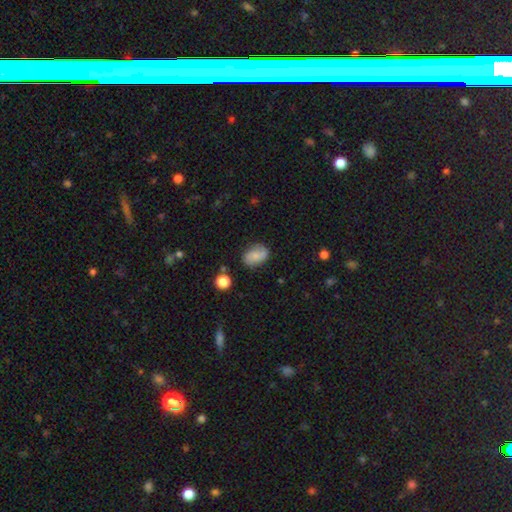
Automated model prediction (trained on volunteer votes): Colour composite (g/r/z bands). It shows a smooth galaxy with no disk features (61%) that is in between round and cigar-shaped (79%). Merging: none (73%).